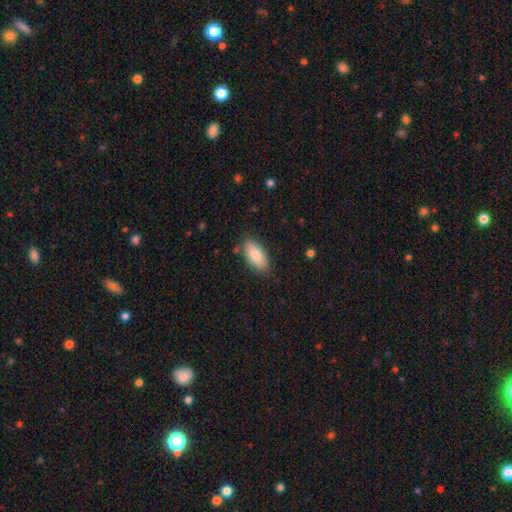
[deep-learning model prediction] smooth_or_featured: smooth (p=0.85) [alt: featured or disk p=0.09]
how_rounded: in between (p=0.90) [alt: cigar-shaped p=0.08]
merging: none (p=0.83) [alt: minor disturbance p=0.12]